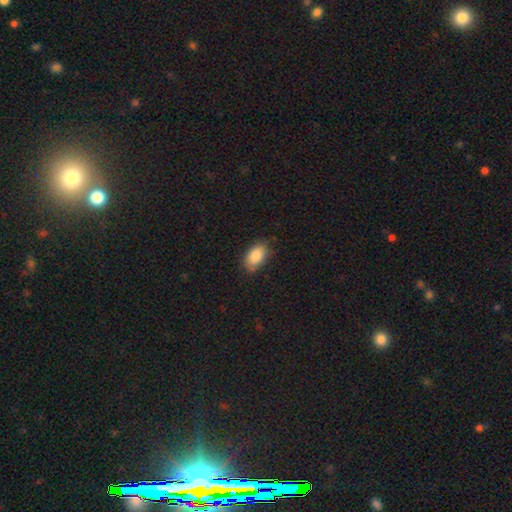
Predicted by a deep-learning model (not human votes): smooth 86%, featured or disk 8%, star or artifact 7%. Down the decision tree: how rounded — in between (93%); merging — none (77%).